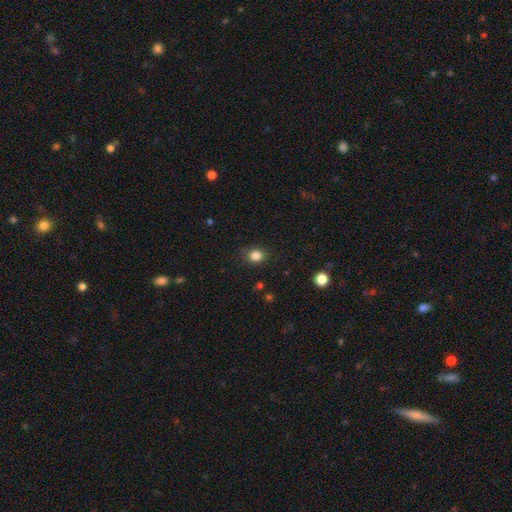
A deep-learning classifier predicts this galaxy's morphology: A smooth galaxy with no disk features (83%) that is round (67%). Merging: none (82%).